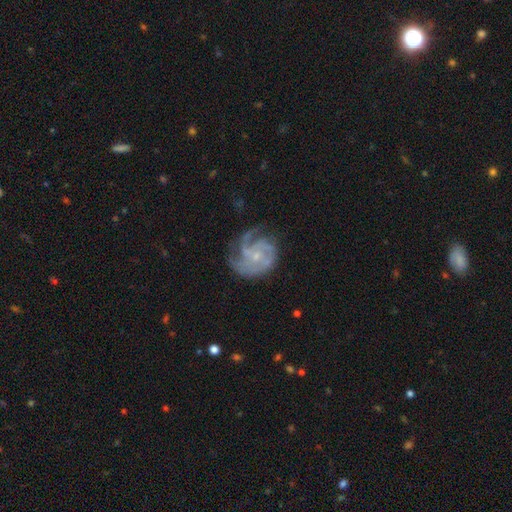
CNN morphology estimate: Smooth or featured? Predicted: featured or disk (p=0.85). Edge-on disk? Predicted: no (p=0.98). Bar? Predicted: no (p=0.73). Spiral arms? Predicted: yes (p=0.95). Spiral winding? Predicted: tight (p=0.47). Spiral arm count? Predicted: 3 (p=0.42). Bulge size? Predicted: small (p=0.76). Merging? Predicted: none (p=0.56).